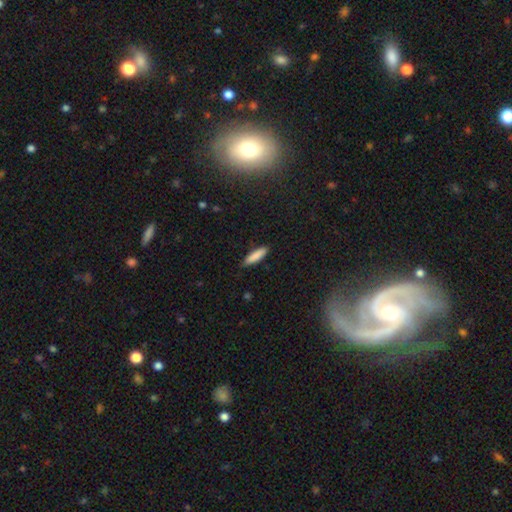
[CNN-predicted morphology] smooth_or_featured: smooth (p=0.86) [alt: featured or disk p=0.08]
how_rounded: cigar-shaped (p=0.72) [alt: in between p=0.27]
merging: none (p=0.86) [alt: minor disturbance p=0.11]